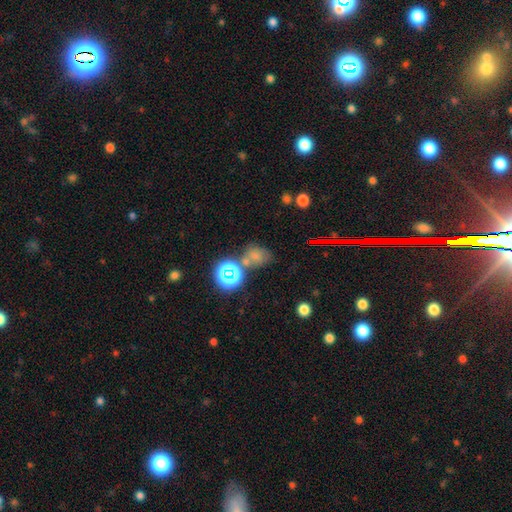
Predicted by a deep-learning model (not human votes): Overall: smooth (63%; star or artifact 27%). How rounded: in between (50%; round 48%). Merging: none (51%; merger 24%).